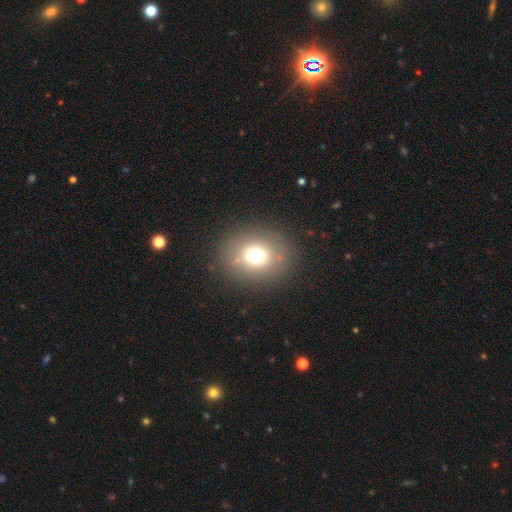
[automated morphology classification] Smooth or featured? smooth (70%)
How rounded? round (67%)
Merging? none (84%)